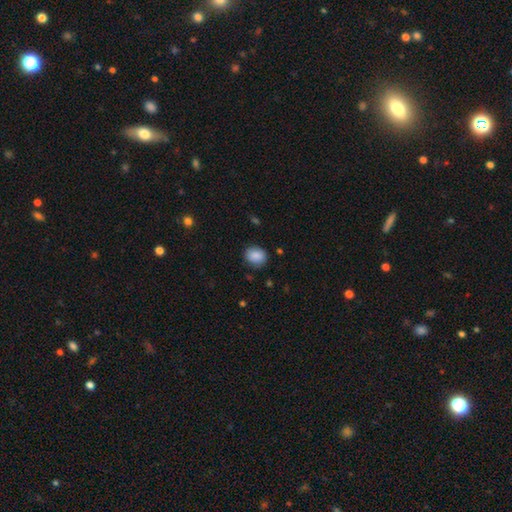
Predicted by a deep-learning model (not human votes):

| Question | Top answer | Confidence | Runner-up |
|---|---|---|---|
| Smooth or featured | smooth | 88% | star or artifact (8%) |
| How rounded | round | 59% | in between (40%) |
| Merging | none | 83% | minor disturbance (13%) |